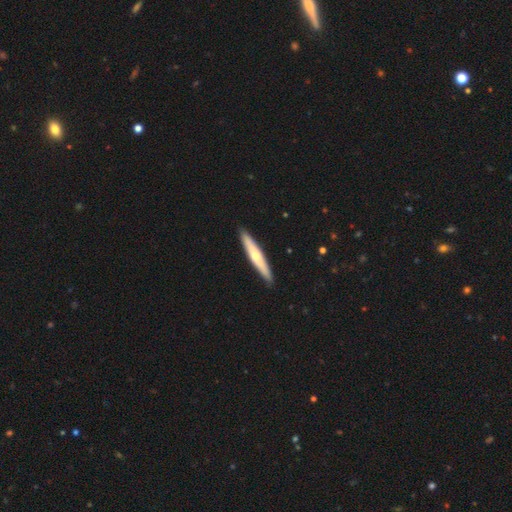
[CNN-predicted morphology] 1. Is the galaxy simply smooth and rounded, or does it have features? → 49% featured or disk, 47% smooth, 5% star or artifact.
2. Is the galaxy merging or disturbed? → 91% none, 6% minor disturbance, 1% major disturbance, 1% merger.